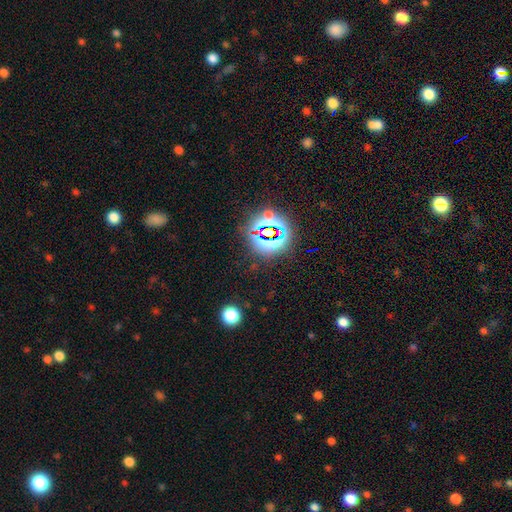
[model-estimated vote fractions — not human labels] Smooth or featured: star or artifact — 81% (smooth — 12%)